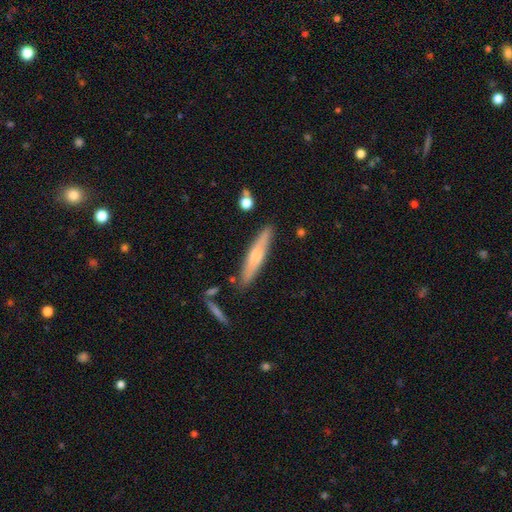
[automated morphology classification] Overall: smooth (50%; featured or disk 43%). How rounded: cigar-shaped (88%). Merging: none (85%).